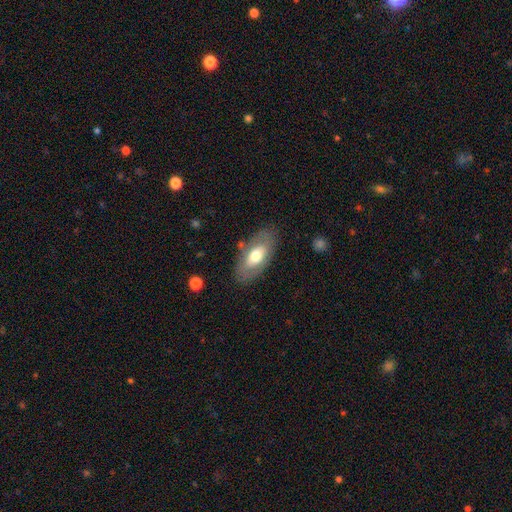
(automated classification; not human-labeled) A smooth galaxy with no disk features (53%) that is in between round and cigar-shaped (90%).

Vote fractions:
- Smooth or featured? smooth: 53% / featured or disk: 41% / star or artifact: 6%
- How rounded? in between: 90% / cigar-shaped: 6% / round: 4%
- Merging? none: 78% / minor disturbance: 14% / major disturbance: 5% / merger: 2%